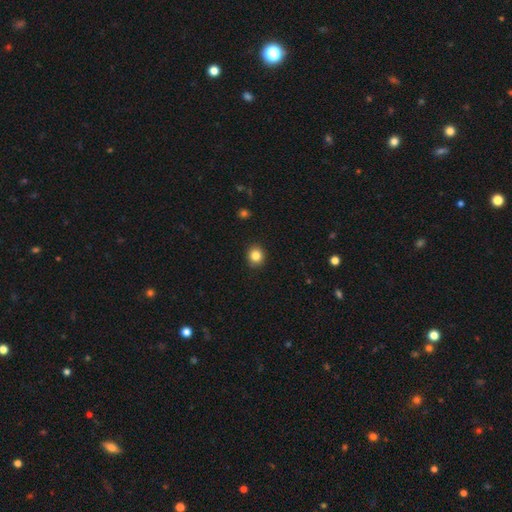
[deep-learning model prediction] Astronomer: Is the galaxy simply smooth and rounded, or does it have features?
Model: smooth — 84%.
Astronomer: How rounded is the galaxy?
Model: round — 83%.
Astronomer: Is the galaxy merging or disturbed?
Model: none — 90%.